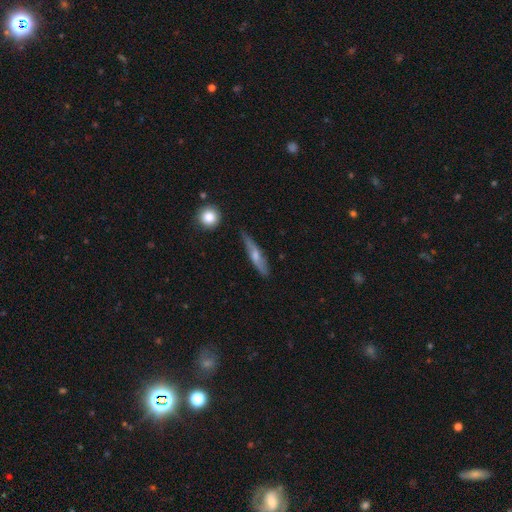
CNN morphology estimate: Overall: smooth (47%, tied with featured or disk). Merging: none (73%).